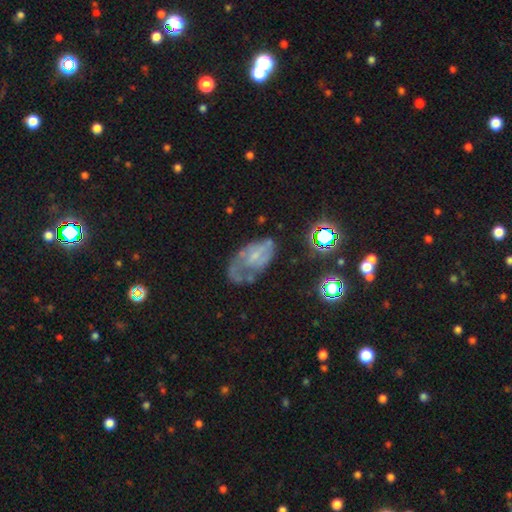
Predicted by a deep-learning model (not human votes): Smooth or featured? featured or disk (65%)
Edge-on disk? no (96%)
Bar? no (65%)
Spiral arms? yes (70%)
Bulge size? small (54%)
Merging? none (43%)